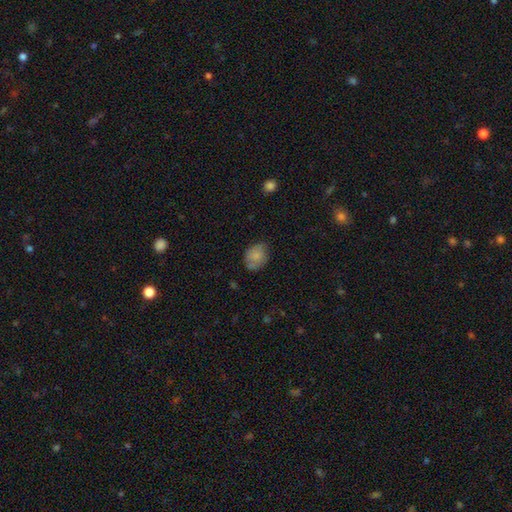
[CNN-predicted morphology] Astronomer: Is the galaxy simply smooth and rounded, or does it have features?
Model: smooth — 75%.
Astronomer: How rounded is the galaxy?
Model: in between — 59% (runner-up: round, 40%).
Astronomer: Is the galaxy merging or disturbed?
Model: none — 63%.